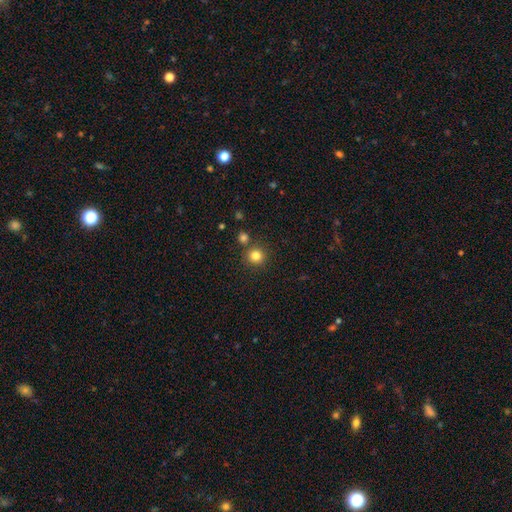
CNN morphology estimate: smooth 82%, star or artifact 13%, featured or disk 5%. Down the decision tree: how rounded — round (93%); merging — none (81%).